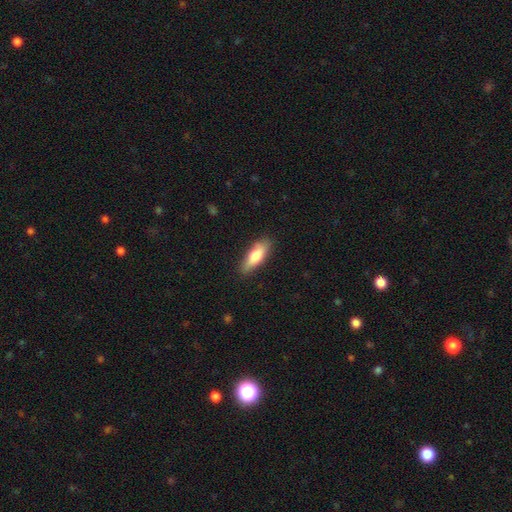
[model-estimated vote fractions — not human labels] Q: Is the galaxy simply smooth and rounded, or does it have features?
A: smooth — 75%.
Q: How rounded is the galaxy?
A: in between — 56%.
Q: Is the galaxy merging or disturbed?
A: none — 81%.